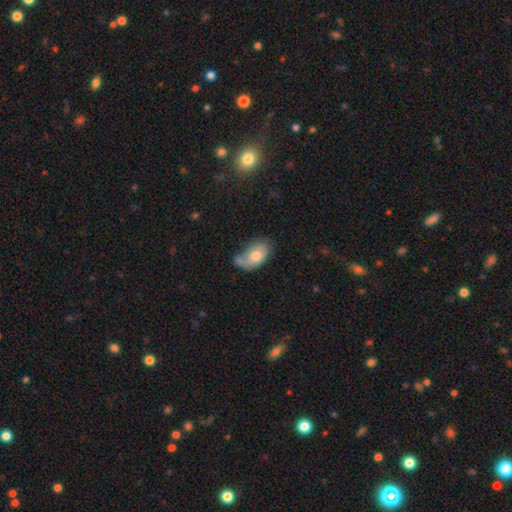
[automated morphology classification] smooth-or-featured: smooth: 72% | featured or disk: 21% | star or artifact: 7%
  how-rounded: in between: 89% | round: 9% | cigar-shaped: 2%
  merging: none: 37% | minor disturbance: 26% | merger: 23% | major disturbance: 14%